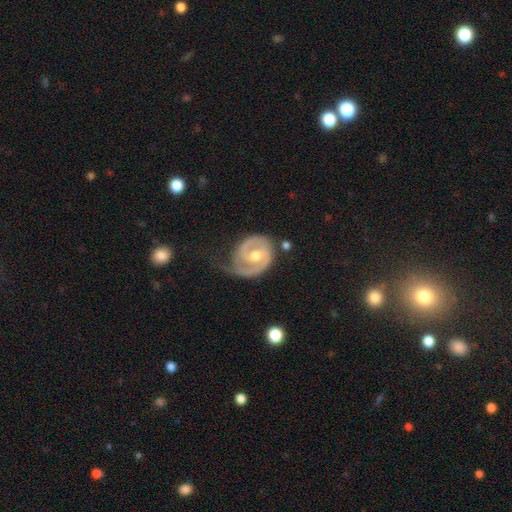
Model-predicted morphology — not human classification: This appears to be a featured or disk galaxy (87%) with a weak bar (44%), 2 (60%) tight (55%) spiral arms (95%) and a moderate central bulge (72%). Merging: none (51%).